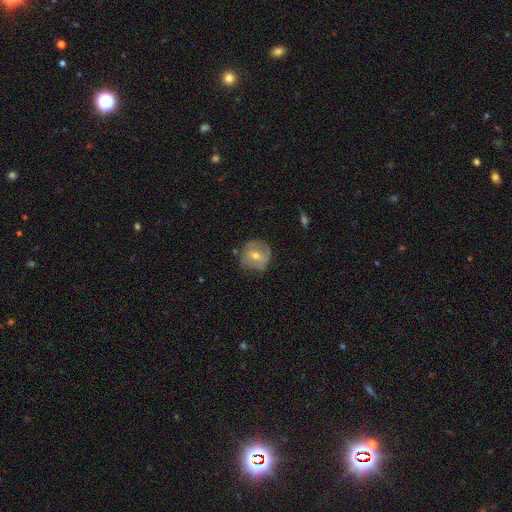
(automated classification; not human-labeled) This is possibly a featured or disk galaxy (54%). It is clearly not viewed edge-on (95%). Bar: possibly weak (45%). Spiral arm pattern: possibly yes (56%). Central bulge: possibly moderate (57%). Merging: likely none (76%).